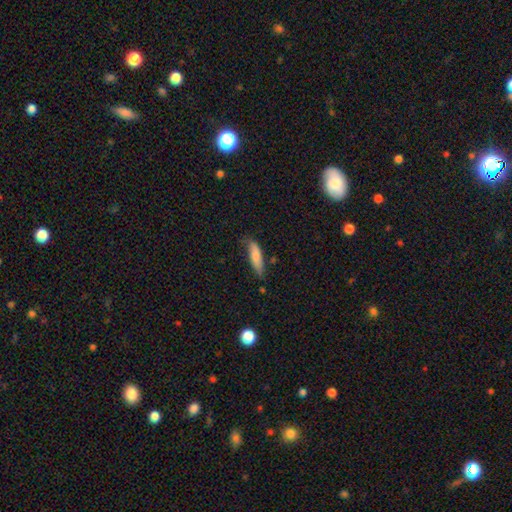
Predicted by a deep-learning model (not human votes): This appears to be a smooth galaxy with no disk features (76%) that is cigar-shaped (58%). Merging: none (60%).